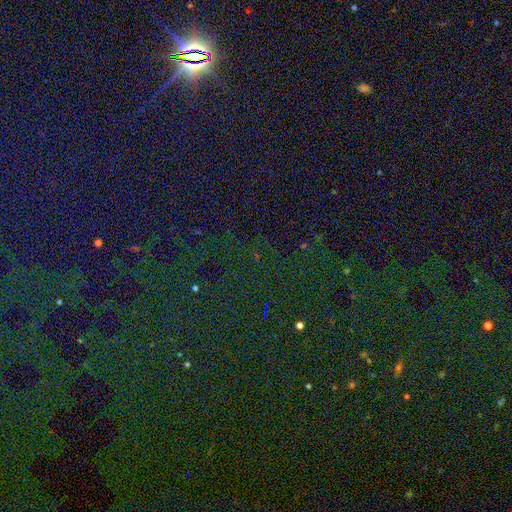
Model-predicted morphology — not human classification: Smooth or featured? Predicted: star or artifact (p=0.83).